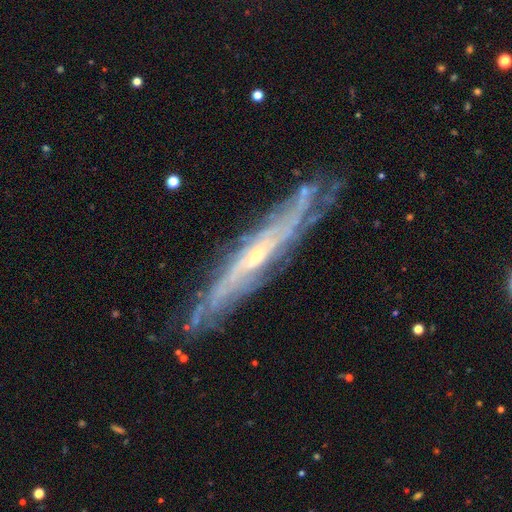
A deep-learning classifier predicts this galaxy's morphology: Q: Smooth or featured?
A: featured or disk (84%); runner-up: smooth (9%)
Q: Edge-on disk?
A: yes (57%); runner-up: no (43%)
Q: Merging?
A: none (79%); runner-up: minor disturbance (15%)